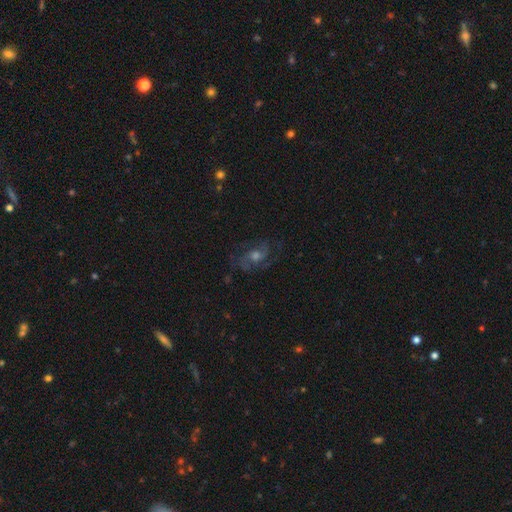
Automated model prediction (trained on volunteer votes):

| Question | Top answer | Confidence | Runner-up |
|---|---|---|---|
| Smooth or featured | featured or disk | 67% | star or artifact (16%) |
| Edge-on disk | no | 95% | yes (5%) |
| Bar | no | 66% | weak (28%) |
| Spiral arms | yes | 89% | no (11%) |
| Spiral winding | medium | 50% | tight (26%) |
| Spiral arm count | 2 | 50% | can't tell (22%) |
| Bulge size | moderate | 59% | small (25%) |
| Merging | none | 70% | minor disturbance (16%) |